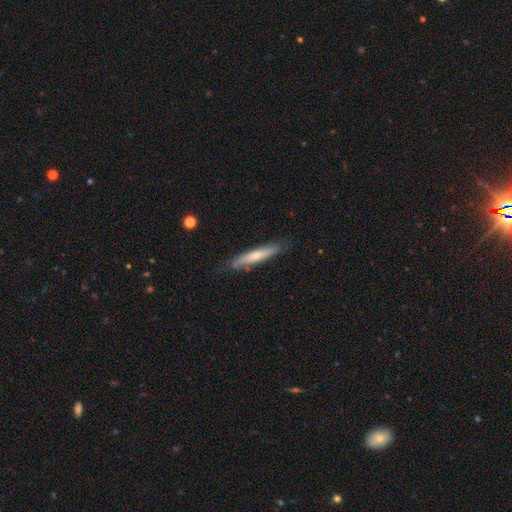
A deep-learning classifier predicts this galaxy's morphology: smooth 56%, featured or disk 39%, star or artifact 6%. Down the decision tree: how rounded — cigar-shaped (90%); merging — none (78%).